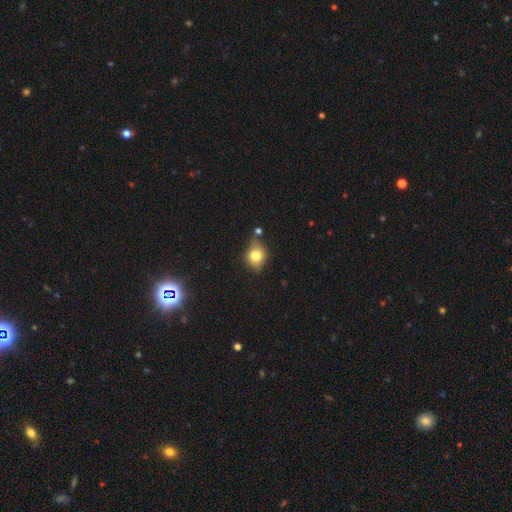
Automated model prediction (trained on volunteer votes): This appears to be a smooth galaxy with no disk features (73%) that is round (60%). Merging: none (63%).